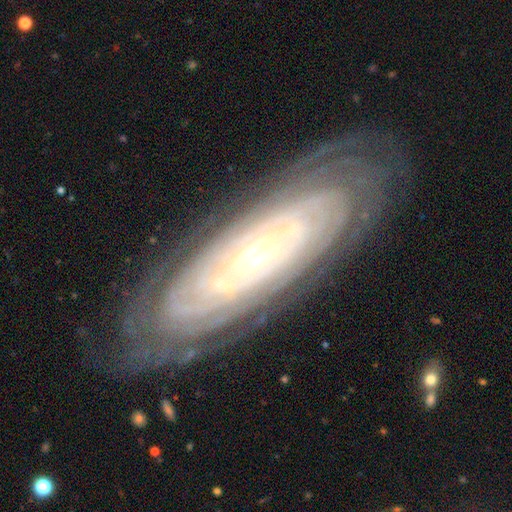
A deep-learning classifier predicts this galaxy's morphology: Smooth or featured: featured or disk — 86% (smooth — 8%)
Edge-on disk: no — 86% (yes — 14%)
Bar: no — 78% (weak — 14%)
Spiral arms: yes — 93% (no — 7%)
Spiral winding: tight — 88% (medium — 10%)
Spiral arm count: can't tell — 49% (more than 4 — 19%)
Bulge size: small — 68% (moderate — 28%)
Merging: none — 82% (minor disturbance — 13%)